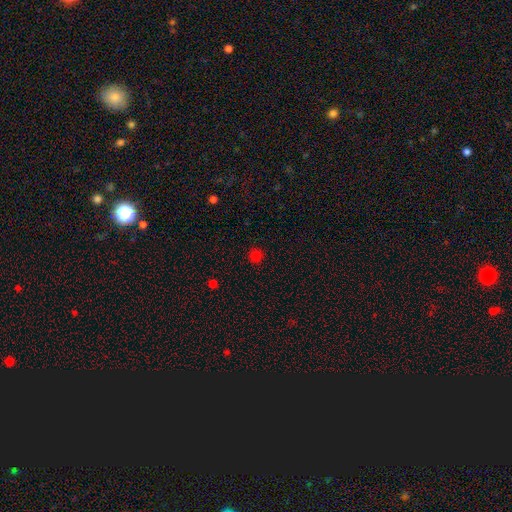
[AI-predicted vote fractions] Smooth or featured? smooth (75%)
How rounded? round (92%)
Merging? none (89%)